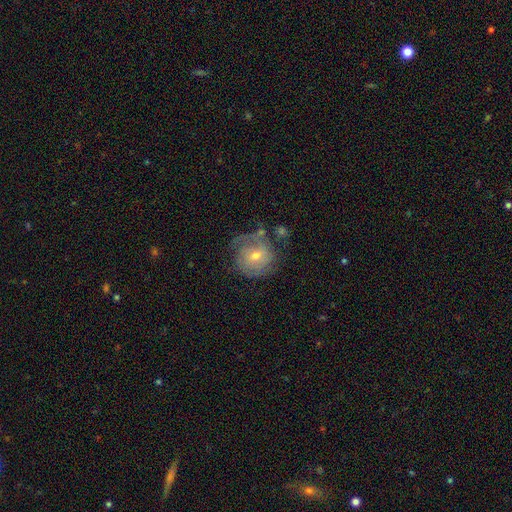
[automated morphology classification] smooth_or_featured: featured or disk (p=0.58) [alt: smooth p=0.34]
disk_edge_on: no (p=0.97) [alt: yes p=0.03]
bar: no (p=0.58) [alt: weak p=0.35]
has_spiral_arms: yes (p=0.80) [alt: no p=0.20]
bulge_size: moderate (p=0.52) [alt: small p=0.44]
merging: none (p=0.52) [alt: minor disturbance p=0.24]